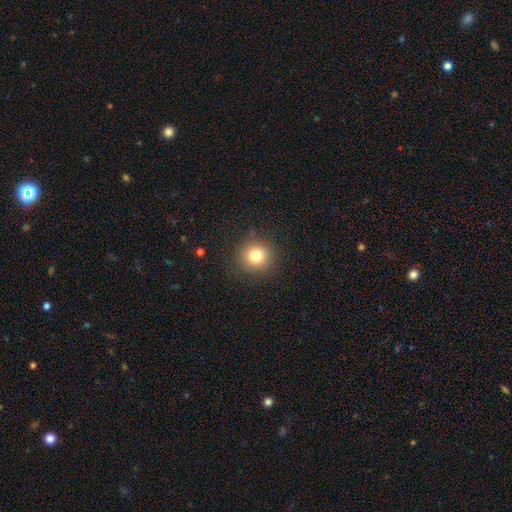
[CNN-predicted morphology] Smooth or featured: smooth — 79% (star or artifact — 13%)
How rounded: round — 93% (in between — 6%)
Merging: none — 89% (minor disturbance — 7%)